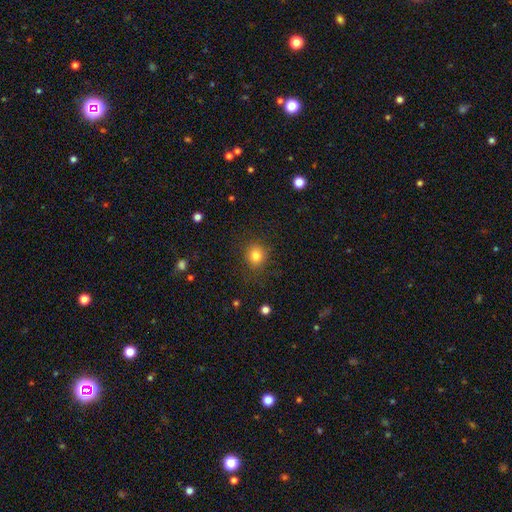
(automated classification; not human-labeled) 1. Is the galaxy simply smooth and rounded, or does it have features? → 81% smooth, 13% star or artifact, 6% featured or disk.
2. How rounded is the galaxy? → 84% round, 15% in between, 1% cigar-shaped.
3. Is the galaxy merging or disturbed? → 85% none, 10% minor disturbance, 4% major disturbance, 1% merger.